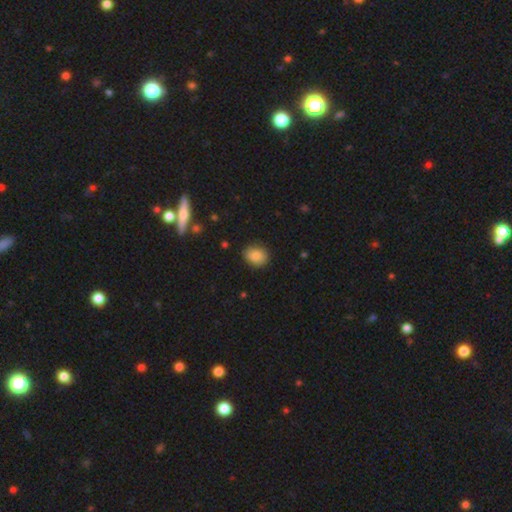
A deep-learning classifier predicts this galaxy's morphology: smooth-or-featured: smooth: 84% | star or artifact: 9% | featured or disk: 7%
  how-rounded: round: 61% | in between: 38% | cigar-shaped: 1%
  merging: none: 86% | minor disturbance: 11% | major disturbance: 2% | merger: 1%